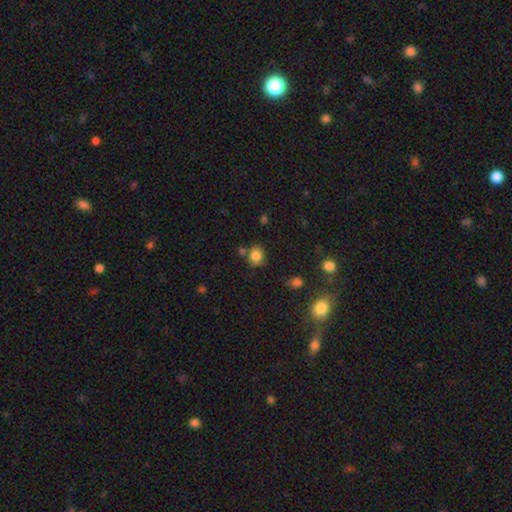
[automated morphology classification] This appears to be a smooth galaxy with no disk features (82%) that is round (68%). Merging: none (69%).